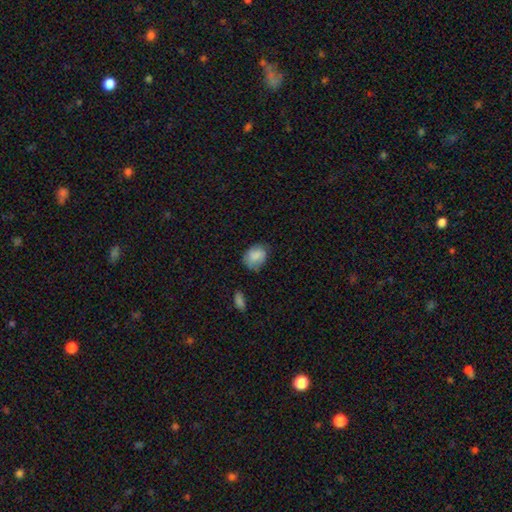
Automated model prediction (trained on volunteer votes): Overall: smooth (80%). How rounded: in between (60%; round 39%). Merging: none (61%; minor disturbance 29%).